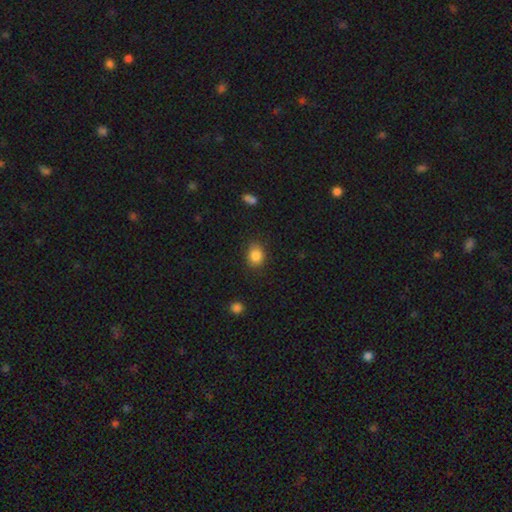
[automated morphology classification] Smooth or featured: smooth — 85% (star or artifact — 10%)
How rounded: round — 52% (in between — 47%)
Merging: none — 81% (minor disturbance — 14%)